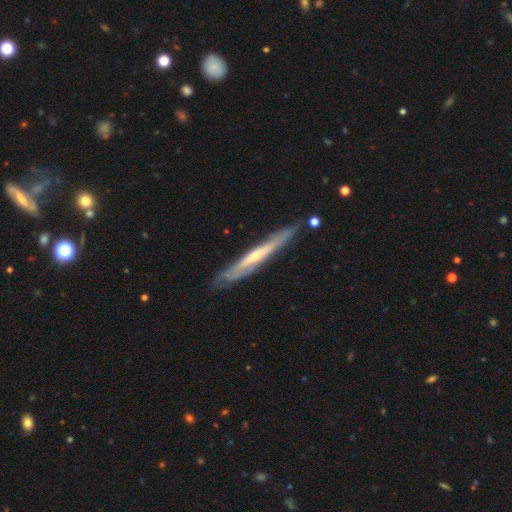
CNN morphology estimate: Q: Smooth or featured?
A: featured or disk (69%); runner-up: smooth (26%)
Q: Edge-on disk?
A: yes (84%); runner-up: no (16%)
Q: Edge-on bulge?
A: rounded (51%); runner-up: none (44%)
Q: Merging?
A: none (78%); runner-up: minor disturbance (16%)